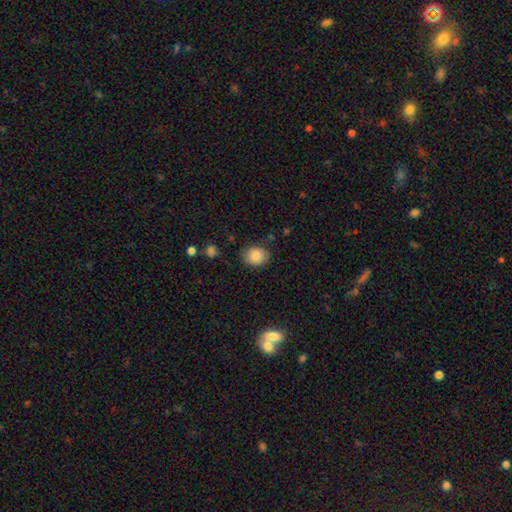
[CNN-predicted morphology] A smooth galaxy with no disk features (84%) that is round (54%).

Vote fractions:
- Smooth or featured? smooth: 84% / star or artifact: 9% / featured or disk: 7%
- How rounded? round: 54% / in between: 45% / cigar-shaped: 1%
- Merging? none: 79% / minor disturbance: 16% / major disturbance: 4% / merger: 2%